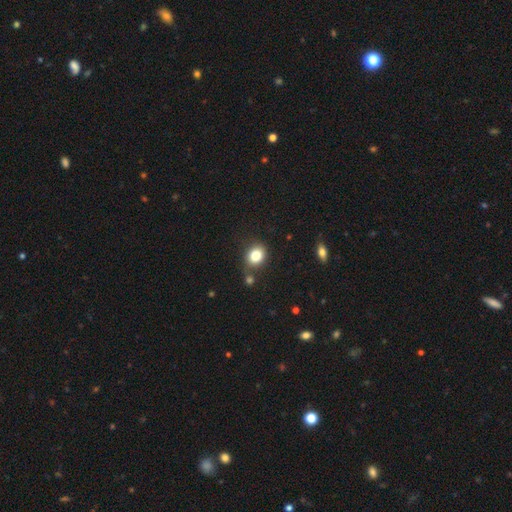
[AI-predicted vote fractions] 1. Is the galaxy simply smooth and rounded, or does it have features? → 83% smooth, 10% star or artifact, 7% featured or disk.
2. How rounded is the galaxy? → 50% round, 49% in between, 1% cigar-shaped.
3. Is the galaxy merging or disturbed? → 70% none, 16% minor disturbance, 10% merger, 4% major disturbance.